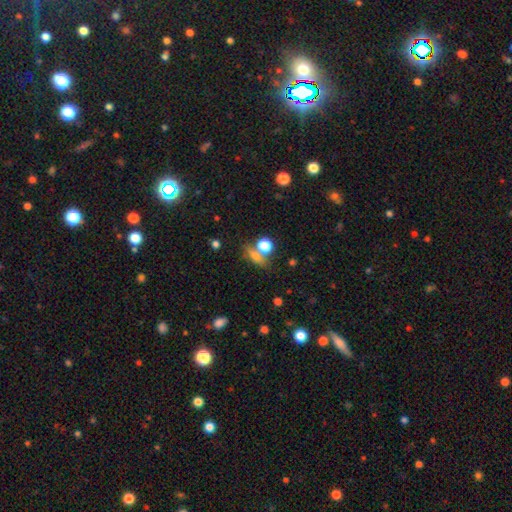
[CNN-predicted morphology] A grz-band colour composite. It shows a smooth galaxy with no disk features (66%) that is in between round and cigar-shaped (43%). Merging: none (59%).